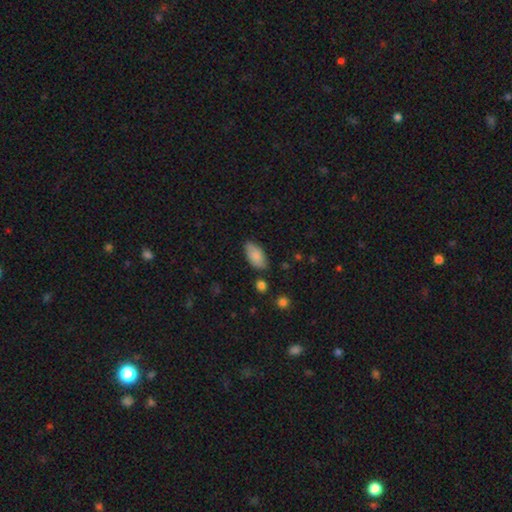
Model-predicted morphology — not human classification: Smooth or featured? Predicted: smooth (p=0.85). How rounded? Predicted: in between (p=0.92). Merging? Predicted: none (p=0.76).